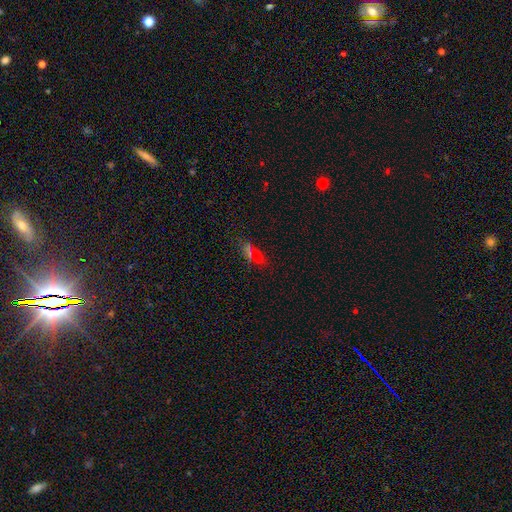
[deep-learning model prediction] smooth_or_featured: smooth (p=0.48) [alt: star or artifact p=0.39]
merging: none (p=0.68) [alt: minor disturbance p=0.13]